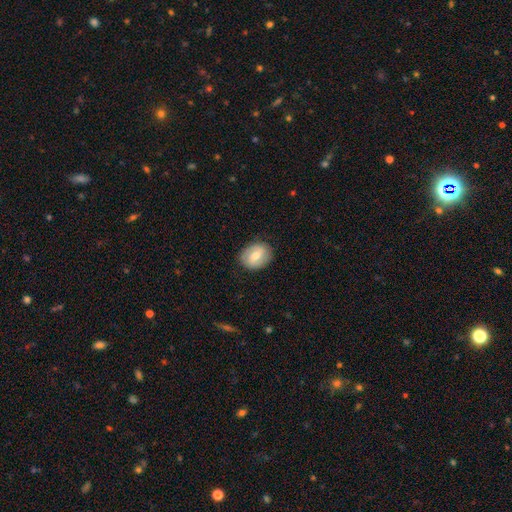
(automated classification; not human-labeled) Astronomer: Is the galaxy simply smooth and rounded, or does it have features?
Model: smooth — 63%.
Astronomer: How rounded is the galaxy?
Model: in between — 51% (runner-up: round, 48%).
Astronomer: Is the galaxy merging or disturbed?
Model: none — 85%.